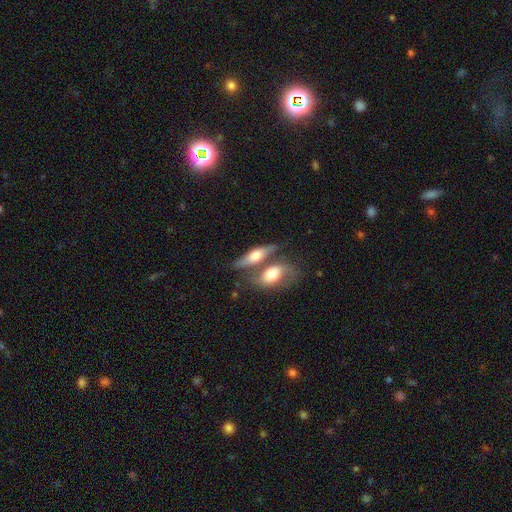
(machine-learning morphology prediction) Overall: smooth (52%; featured or disk 42%). How rounded: in between (63%; cigar-shaped 32%). Merging: merger (46%; none 37%).